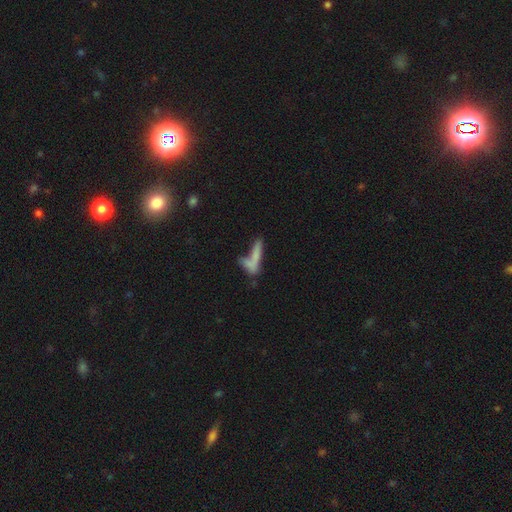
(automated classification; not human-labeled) smooth_or_featured: smooth (p=0.66) [alt: featured or disk p=0.23]
how_rounded: cigar-shaped (p=0.76) [alt: in between p=0.21]
merging: none (p=0.37) [alt: merger p=0.34]